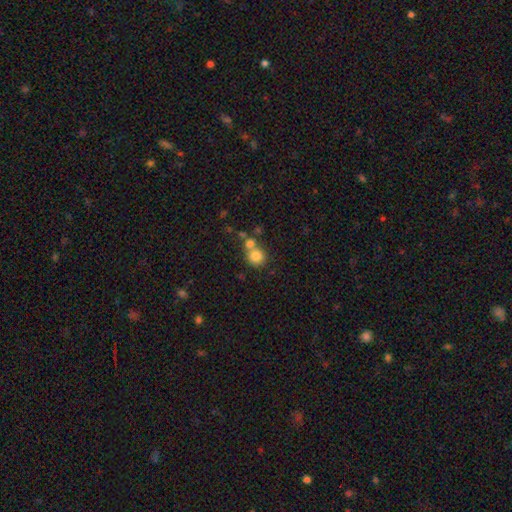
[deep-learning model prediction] This is likely a smooth galaxy (79%). How rounded: clearly round (87%). Merging: possibly none (50%).